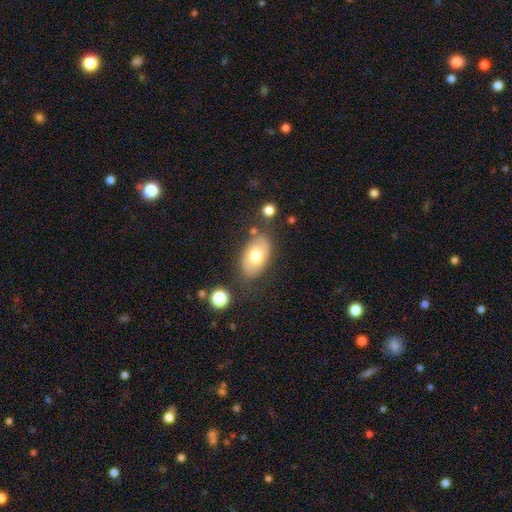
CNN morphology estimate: Overall: smooth (67%). How rounded: in between (91%). Merging: none (74%).